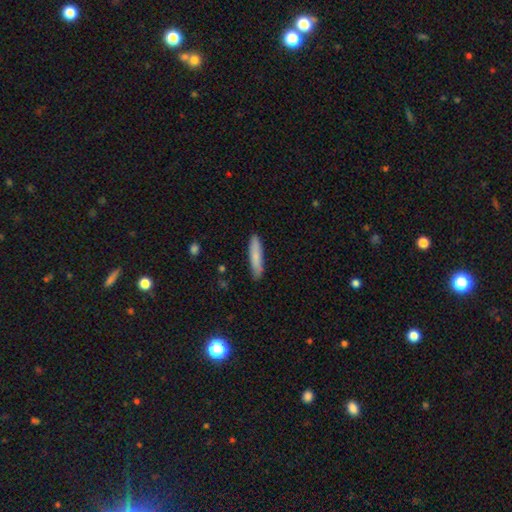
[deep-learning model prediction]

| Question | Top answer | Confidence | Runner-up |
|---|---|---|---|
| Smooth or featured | smooth | 78% | featured or disk (16%) |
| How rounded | cigar-shaped | 86% | in between (13%) |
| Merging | none | 88% | minor disturbance (9%) |